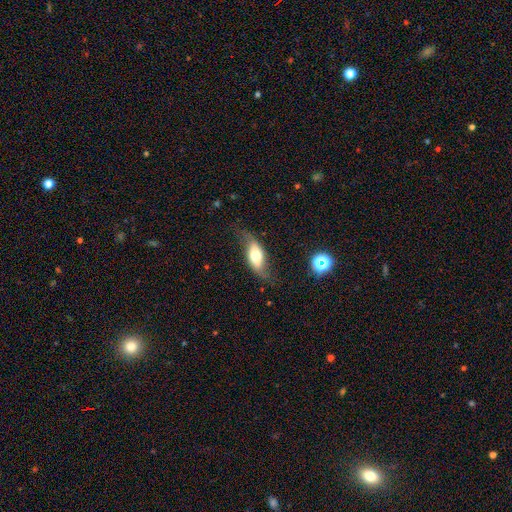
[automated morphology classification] smooth-or-featured: smooth: 47% | featured or disk: 45% | star or artifact: 8%
  merging: none: 58% | minor disturbance: 26% | major disturbance: 13% | merger: 2%